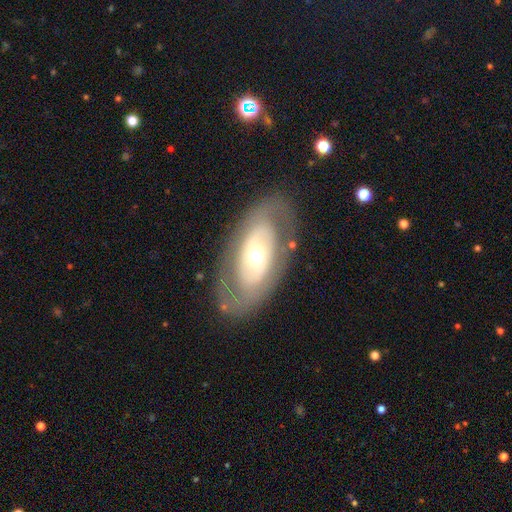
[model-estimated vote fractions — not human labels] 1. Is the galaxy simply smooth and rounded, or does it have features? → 67% featured or disk, 27% smooth, 6% star or artifact.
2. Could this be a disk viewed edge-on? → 90% no, 10% yes.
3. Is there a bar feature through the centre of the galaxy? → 75% no, 16% weak, 9% strong.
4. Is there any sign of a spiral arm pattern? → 61% no, 39% yes.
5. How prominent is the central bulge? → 56% moderate, 34% small, 8% large, 2% dominant, 1% none.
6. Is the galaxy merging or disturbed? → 79% none, 12% minor disturbance, 7% major disturbance, 1% merger.